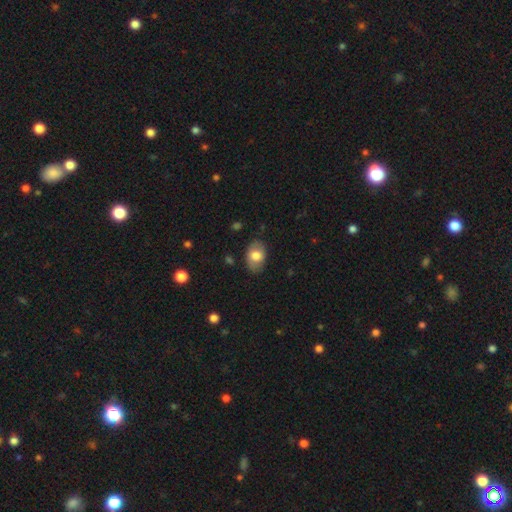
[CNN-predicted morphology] The model was most divided on "smooth or featured": smooth: 75%, featured or disk: 18%, star or artifact: 7%. More confident: how rounded — in between (83%); merging — none (79%).